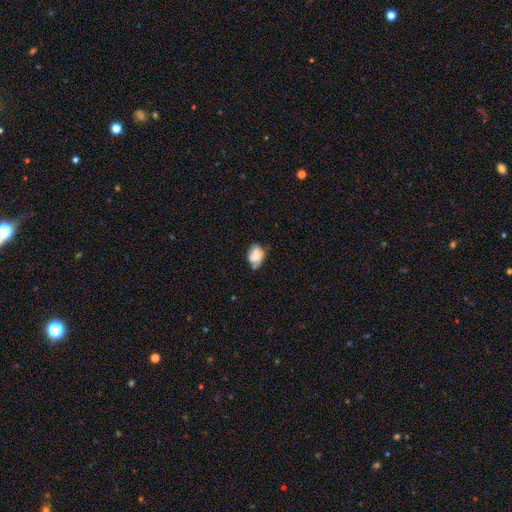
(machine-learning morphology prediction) The model was most divided on "merging": none: 51%, minor disturbance: 34%, major disturbance: 10%, merger: 5%. More confident: how rounded — in between (77%); smooth or featured — smooth (69%).